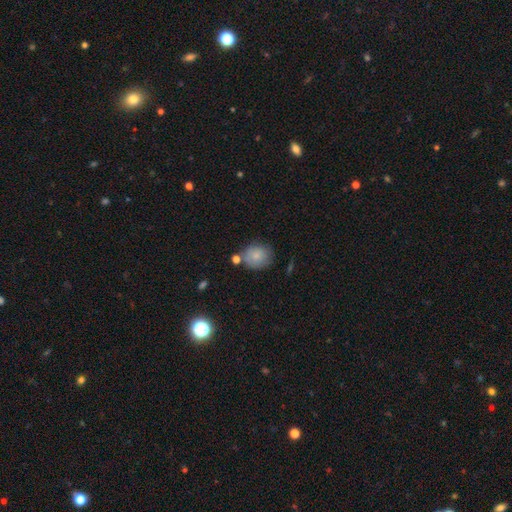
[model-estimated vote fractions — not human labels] Q: Smooth or featured?
A: smooth (82%); runner-up: featured or disk (9%)
Q: How rounded?
A: round (72%); runner-up: in between (27%)
Q: Merging?
A: none (67%); runner-up: minor disturbance (18%)